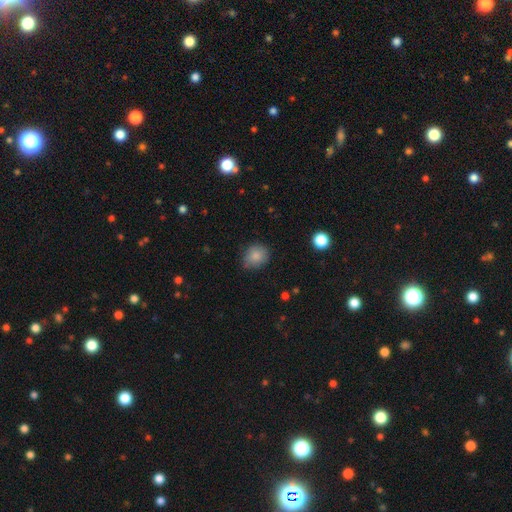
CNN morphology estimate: Q: Smooth or featured?
A: smooth (84%); runner-up: star or artifact (9%)
Q: How rounded?
A: round (66%); runner-up: in between (33%)
Q: Merging?
A: none (73%); runner-up: minor disturbance (21%)